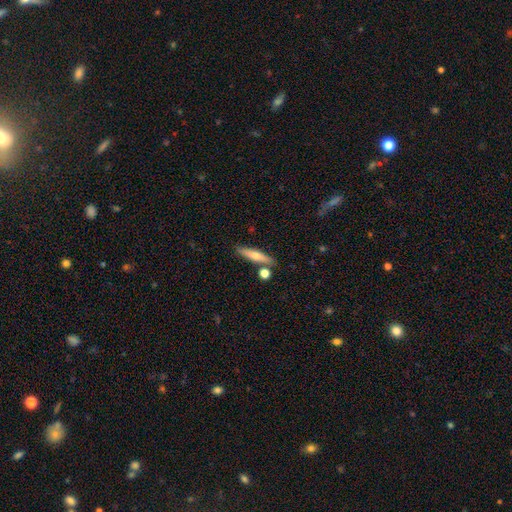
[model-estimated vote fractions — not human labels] This is possibly a smooth galaxy (57%). How rounded: clearly cigar-shaped (82%). Merging: likely none (79%).